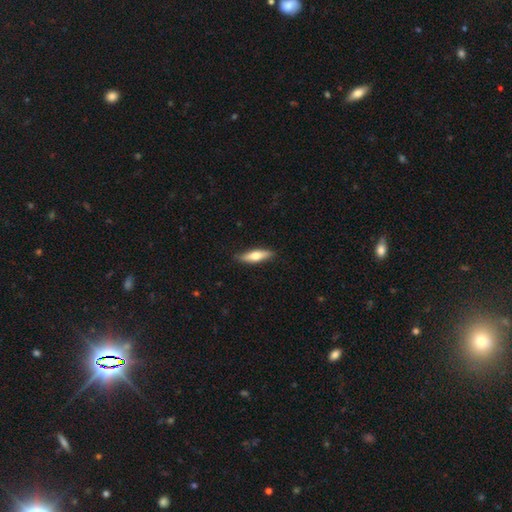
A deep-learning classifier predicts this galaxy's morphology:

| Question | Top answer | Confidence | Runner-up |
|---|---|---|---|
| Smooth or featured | smooth | 62% | featured or disk (33%) |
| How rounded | cigar-shaped | 61% | in between (37%) |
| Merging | none | 87% | minor disturbance (10%) |